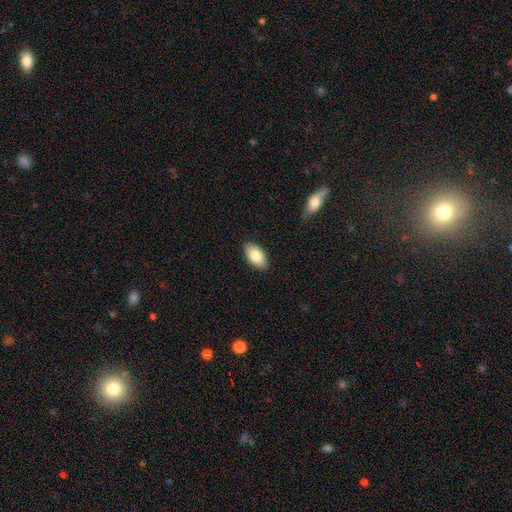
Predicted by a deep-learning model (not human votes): Smooth or featured: smooth — 81% (featured or disk — 12%)
How rounded: in between — 94% (round — 3%)
Merging: none — 88% (minor disturbance — 9%)